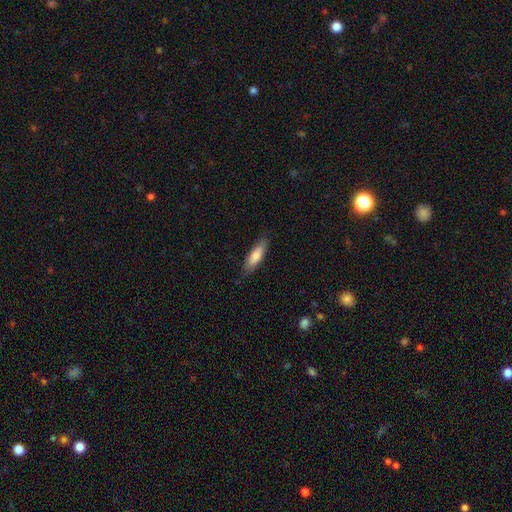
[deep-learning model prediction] A smooth galaxy with no disk features (76%) that is cigar-shaped (53%).

Vote fractions:
- Smooth or featured? smooth: 76% / featured or disk: 19% / star or artifact: 6%
- How rounded? cigar-shaped: 53% / in between: 45% / round: 2%
- Merging? none: 80% / minor disturbance: 16% / major disturbance: 3% / merger: 1%